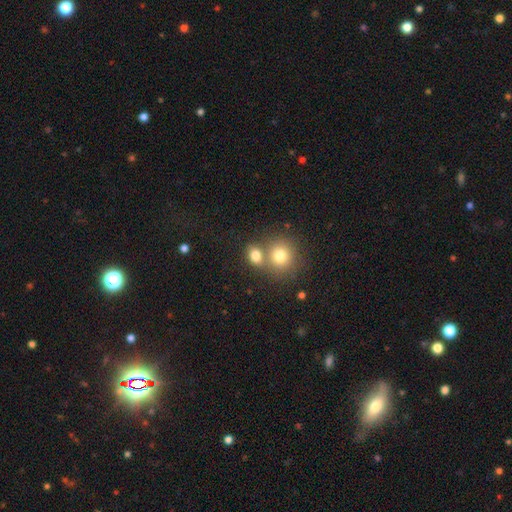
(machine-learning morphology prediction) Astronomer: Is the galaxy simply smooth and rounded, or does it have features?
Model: smooth — 78%.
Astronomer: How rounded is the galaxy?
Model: round — 60% (runner-up: in between, 38%).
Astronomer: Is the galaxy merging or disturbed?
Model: none — 46% (runner-up: merger, 42%).